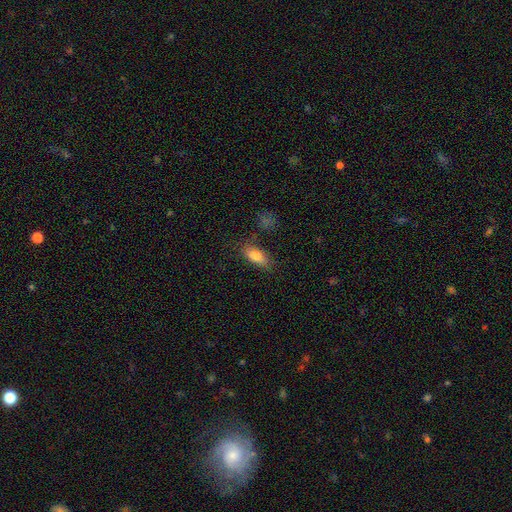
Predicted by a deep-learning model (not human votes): The model was most divided on "merging": none: 73%, minor disturbance: 18%, major disturbance: 6%, merger: 4%. More confident: how rounded — in between (81%); smooth or featured — smooth (80%).